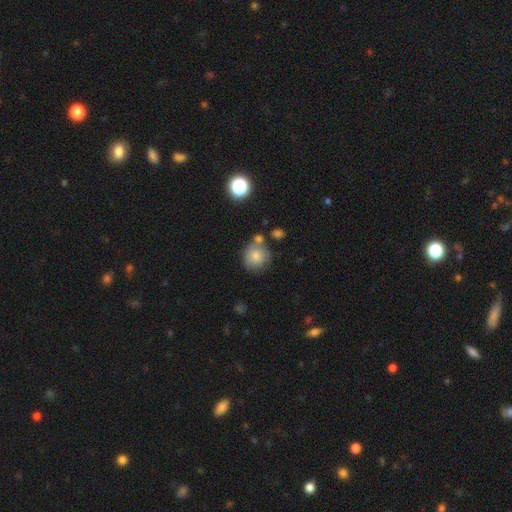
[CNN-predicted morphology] type=smooth (79%); roundness=round (89%); merging=none (62%).